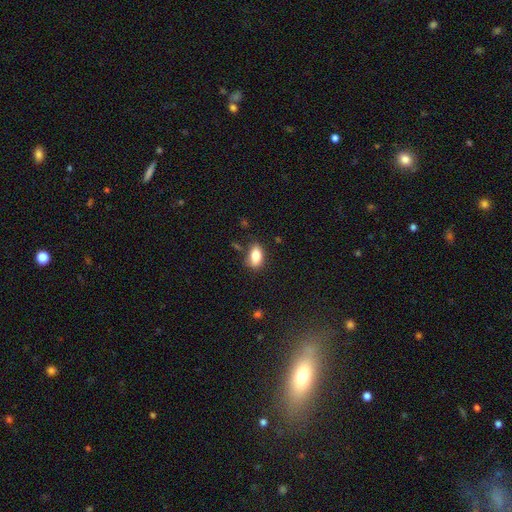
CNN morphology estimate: type=smooth (83%); roundness=in between (89%); merging=none (74%).